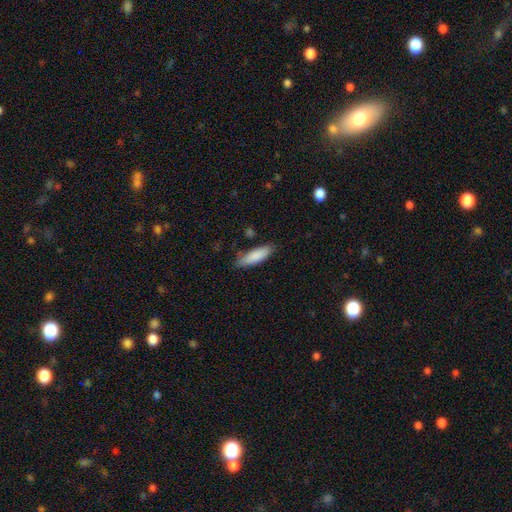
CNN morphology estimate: This is clearly a smooth galaxy (86%). How rounded: possibly cigar-shaped (52%). Merging: clearly none (80%).